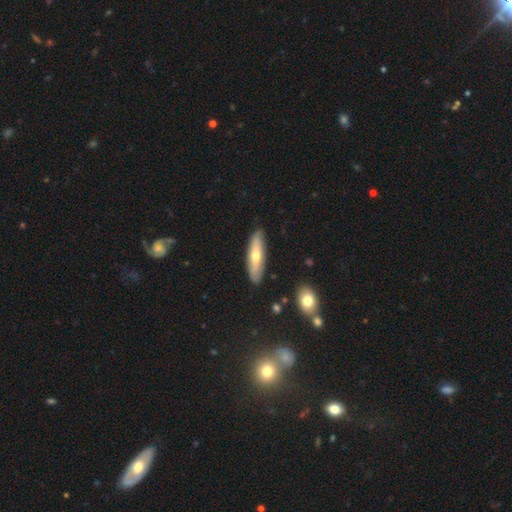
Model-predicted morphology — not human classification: A smooth galaxy with no disk features (57%) that is cigar-shaped (66%). Merging: none (86%).